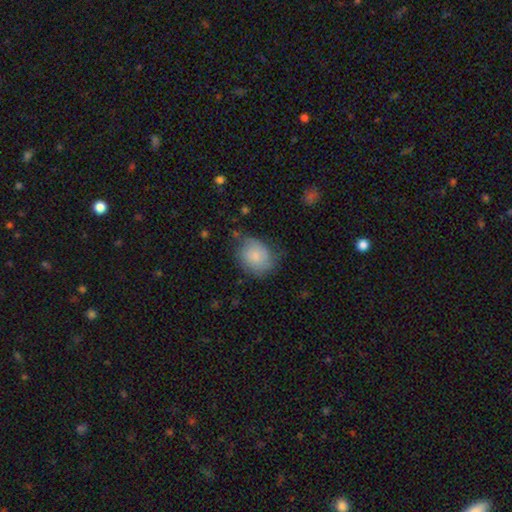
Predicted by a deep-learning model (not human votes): The model was most divided on "how rounded": round: 52%, in between: 47%, cigar-shaped: 1%. More confident: smooth or featured — smooth (74%); merging — none (53%).